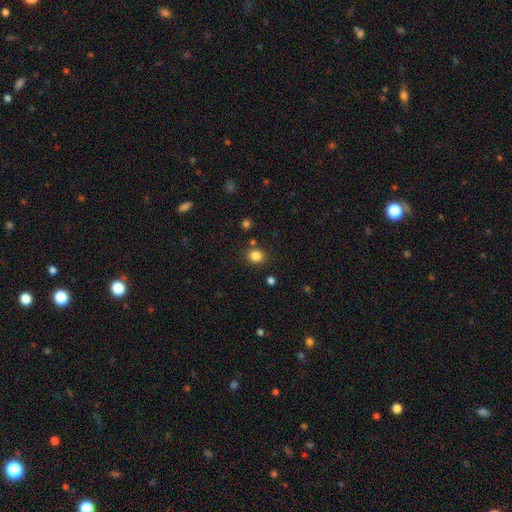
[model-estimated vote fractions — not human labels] This appears to be a smooth galaxy with no disk features (84%) that is round (79%). Merging: none (83%).